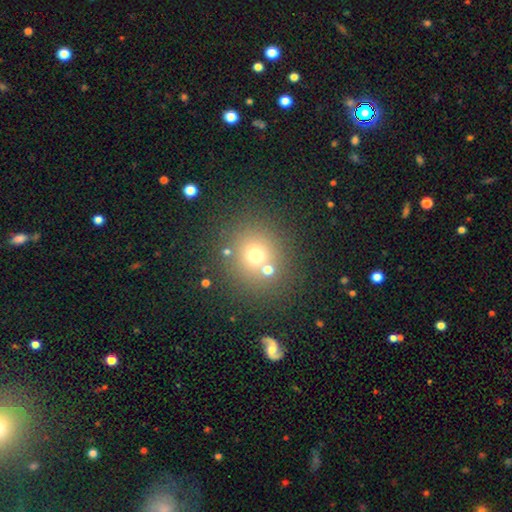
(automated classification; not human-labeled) Smooth or featured? Predicted: smooth (p=0.67). How rounded? Predicted: round (p=0.86). Merging? Predicted: none (p=0.72).